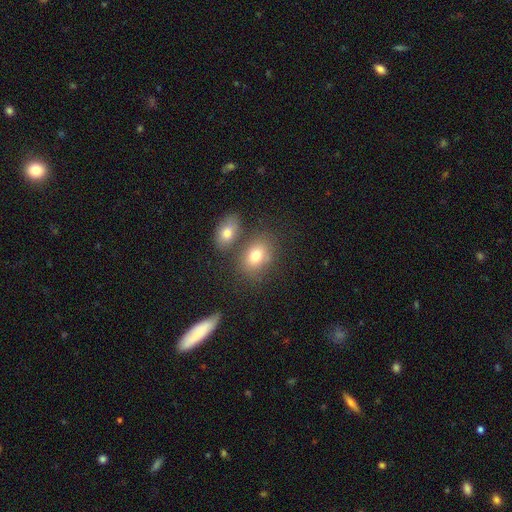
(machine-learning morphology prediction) smooth 76%, featured or disk 14%, star or artifact 11%. Down the decision tree: how rounded — in between (73%); merging — none (61%).